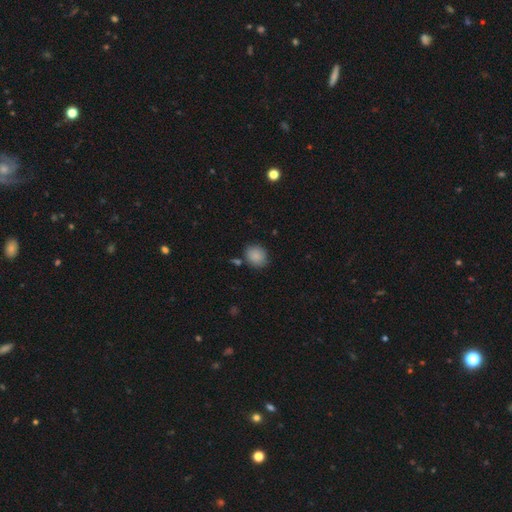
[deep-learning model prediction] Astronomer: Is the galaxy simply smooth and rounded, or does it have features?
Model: smooth — 87%.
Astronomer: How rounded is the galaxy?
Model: round — 71%.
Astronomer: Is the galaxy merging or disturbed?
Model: none — 74%.